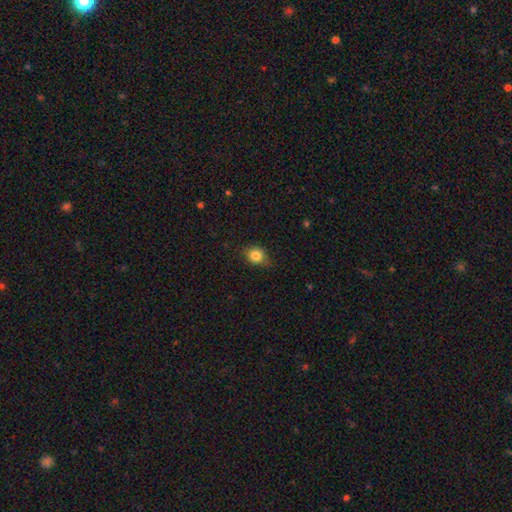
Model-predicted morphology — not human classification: A smooth galaxy with no disk features (83%) that is round (59%).

Vote fractions:
- Smooth or featured? smooth: 83% / star or artifact: 10% / featured or disk: 7%
- How rounded? round: 59% / in between: 40% / cigar-shaped: 1%
- Merging? none: 73% / minor disturbance: 22% / major disturbance: 4% / merger: 1%